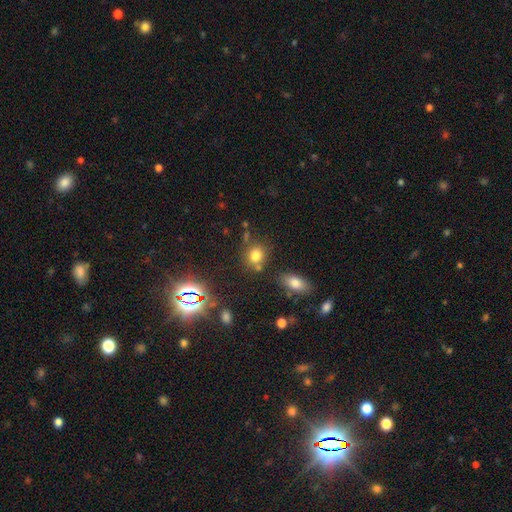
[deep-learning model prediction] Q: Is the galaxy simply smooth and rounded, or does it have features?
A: smooth — 74%.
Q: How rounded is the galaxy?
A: round — 72%.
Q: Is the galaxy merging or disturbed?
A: none — 66%.